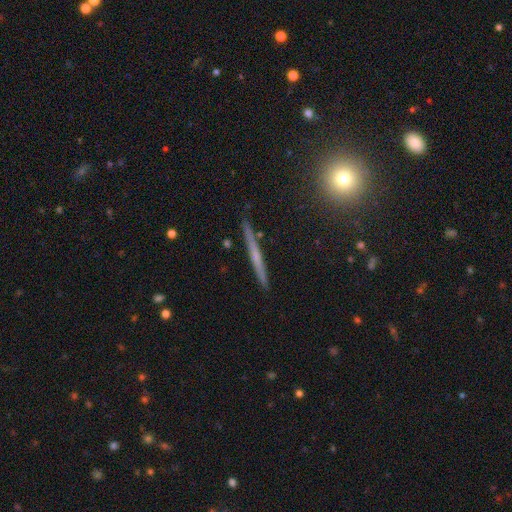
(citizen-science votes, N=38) Morphology: type=featured or disk (50%); edge-on=yes (100%); edge-on bulge=none (74%); merging=none (89%).